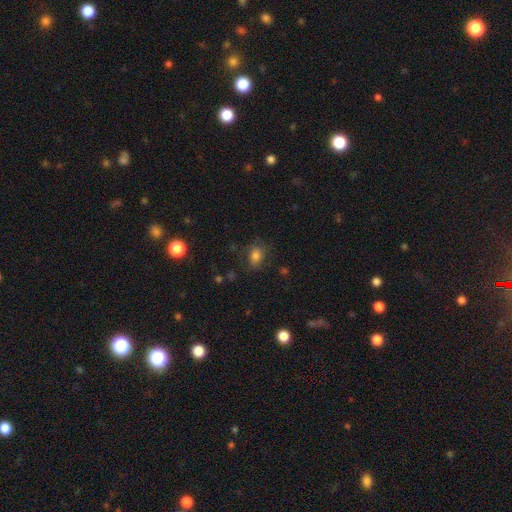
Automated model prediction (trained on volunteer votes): This is likely a smooth galaxy (74%). How rounded: likely in between (65%). Merging: likely none (69%).